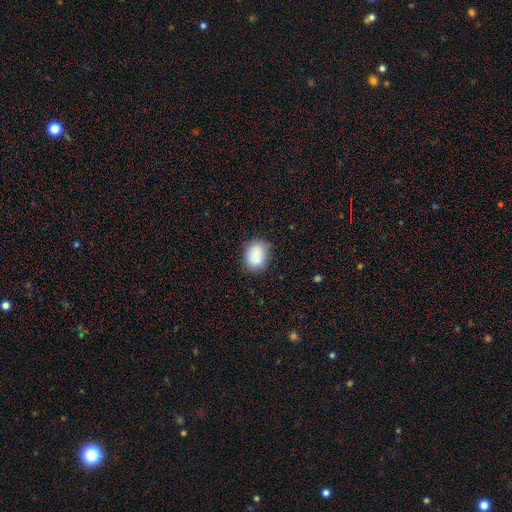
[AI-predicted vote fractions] smooth-or-featured: smooth: 86% | star or artifact: 8% | featured or disk: 6%
  how-rounded: in between: 63% | round: 36% | cigar-shaped: 1%
  merging: none: 75% | minor disturbance: 18% | major disturbance: 4% | merger: 2%